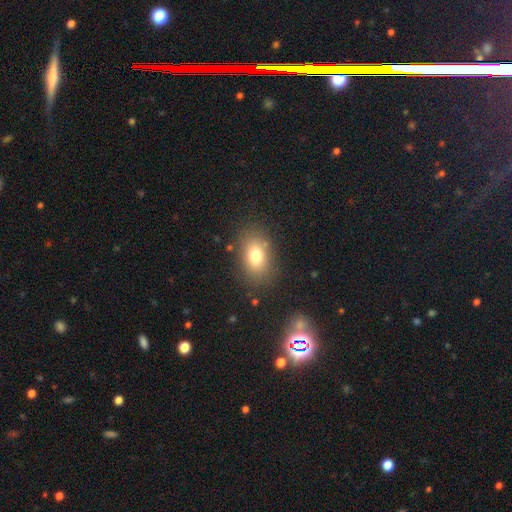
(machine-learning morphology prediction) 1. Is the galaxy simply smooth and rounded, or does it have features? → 76% smooth, 12% featured or disk, 12% star or artifact.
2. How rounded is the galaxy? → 77% in between, 22% round, 1% cigar-shaped.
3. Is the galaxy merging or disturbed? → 81% none, 12% minor disturbance, 5% major disturbance, 3% merger.